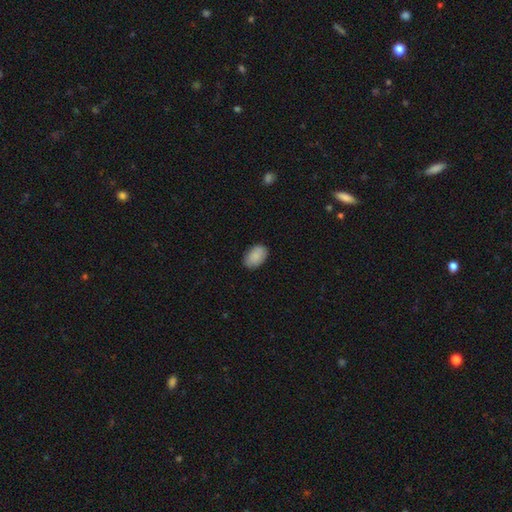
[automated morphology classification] This is clearly a smooth galaxy (87%). How rounded: clearly in between (90%). Merging: clearly none (87%).